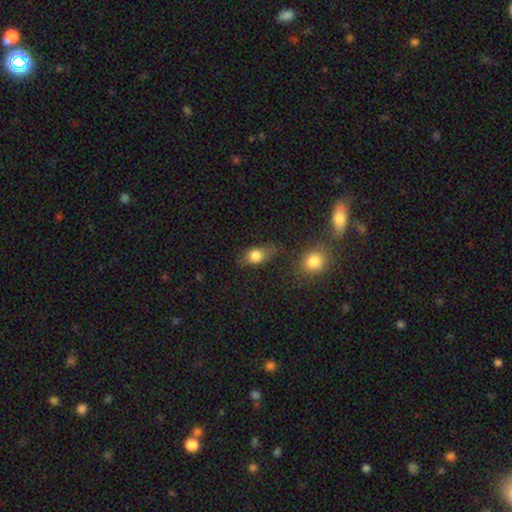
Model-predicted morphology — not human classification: smooth-or-featured: smooth: 77% | featured or disk: 13% | star or artifact: 11%
  how-rounded: in between: 63% | round: 30% | cigar-shaped: 7%
  merging: none: 56% | minor disturbance: 25% | major disturbance: 11% | merger: 9%